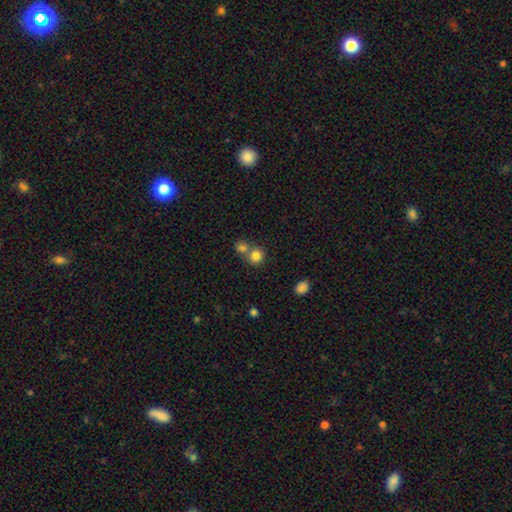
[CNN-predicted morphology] smooth 81%, star or artifact 12%, featured or disk 7%. Down the decision tree: how rounded — round (86%); merging — none (50%).